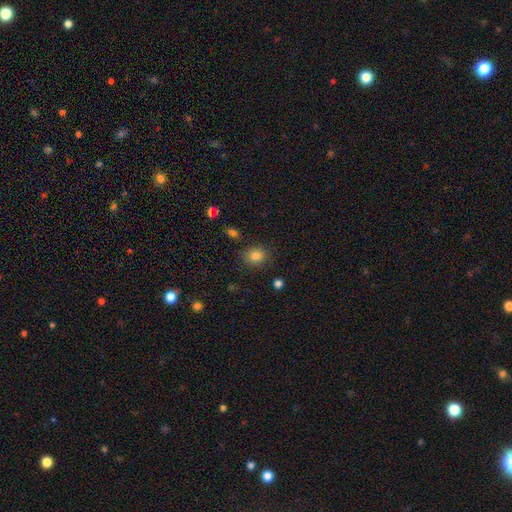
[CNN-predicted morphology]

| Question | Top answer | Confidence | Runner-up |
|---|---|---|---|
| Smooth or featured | smooth | 82% | star or artifact (11%) |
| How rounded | round | 58% | in between (41%) |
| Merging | none | 84% | minor disturbance (10%) |